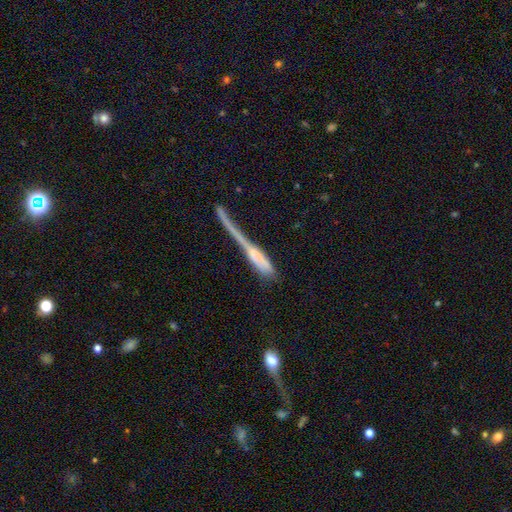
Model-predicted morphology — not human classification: Smooth or featured? smooth (48%)
Merging? major disturbance (32%)